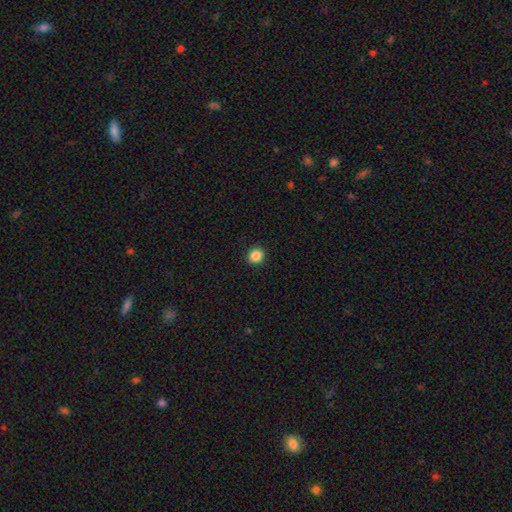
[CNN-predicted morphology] Smooth or featured? smooth (87%)
How rounded? round (86%)
Merging? none (93%)